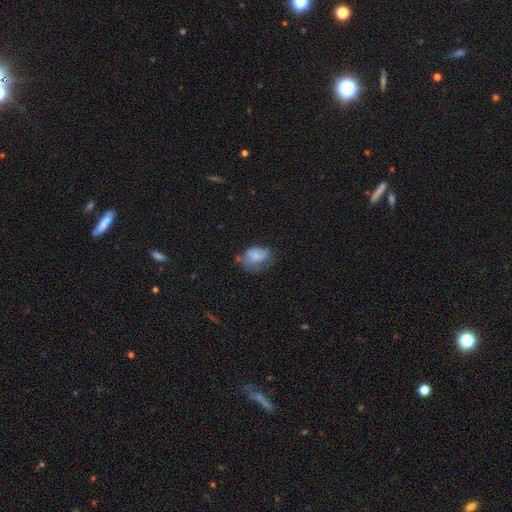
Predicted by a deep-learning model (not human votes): This is likely a smooth galaxy (66%). How rounded: likely in between (72%). Merging: marginally none (37%).